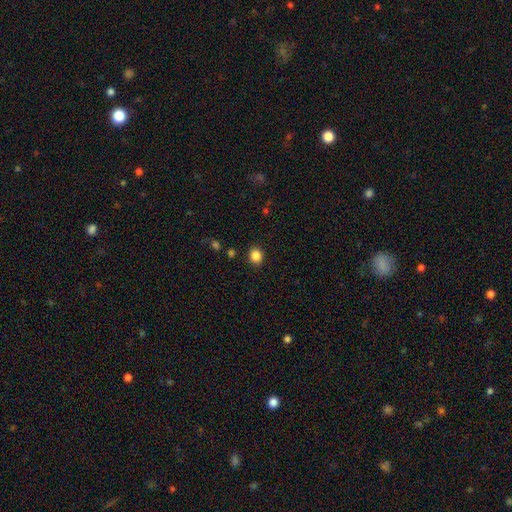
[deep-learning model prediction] smooth-or-featured: smooth: 85% | star or artifact: 11% | featured or disk: 4%
  how-rounded: round: 74% | in between: 25% | cigar-shaped: 1%
  merging: none: 90% | minor disturbance: 7% | major disturbance: 2% | merger: 2%